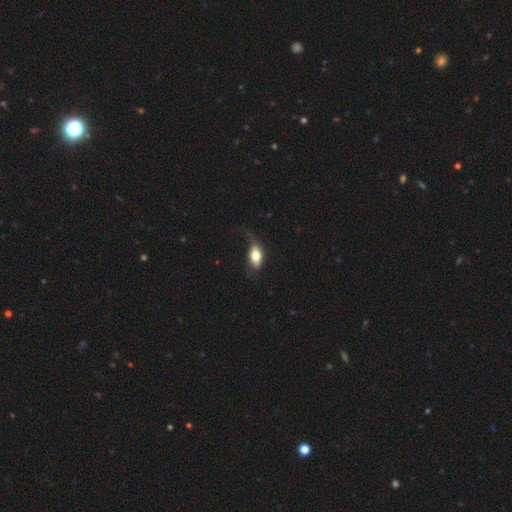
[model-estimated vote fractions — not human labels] Q: Smooth or featured?
A: smooth (74%); runner-up: featured or disk (19%)
Q: How rounded?
A: in between (87%); runner-up: round (6%)
Q: Merging?
A: none (41%); runner-up: minor disturbance (32%)